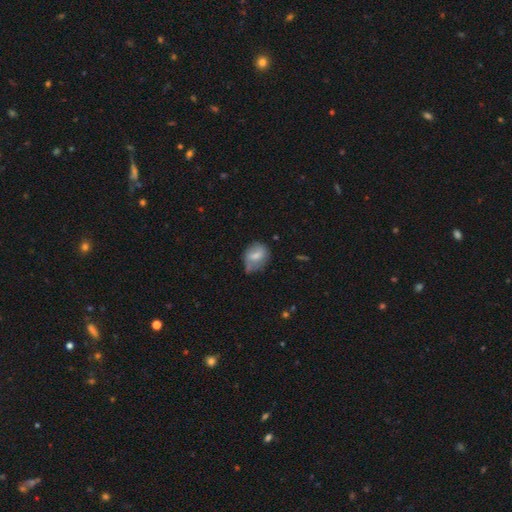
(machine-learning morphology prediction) Smooth or featured? Predicted: smooth (p=0.65). How rounded? Predicted: in between (p=0.54). Merging? Predicted: none (p=0.45).